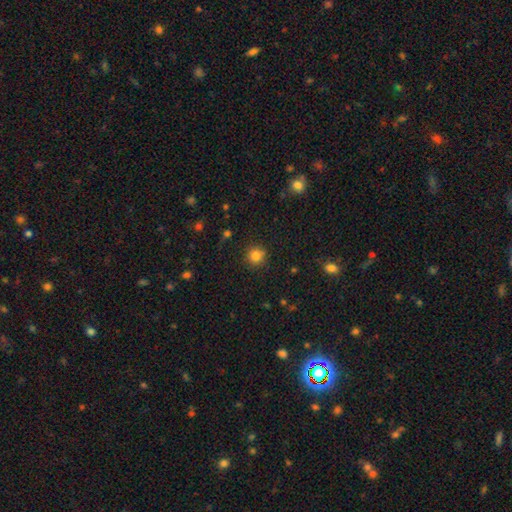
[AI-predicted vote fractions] Smooth or featured: smooth — 82% (star or artifact — 12%)
How rounded: round — 93% (in between — 6%)
Merging: none — 89% (minor disturbance — 8%)